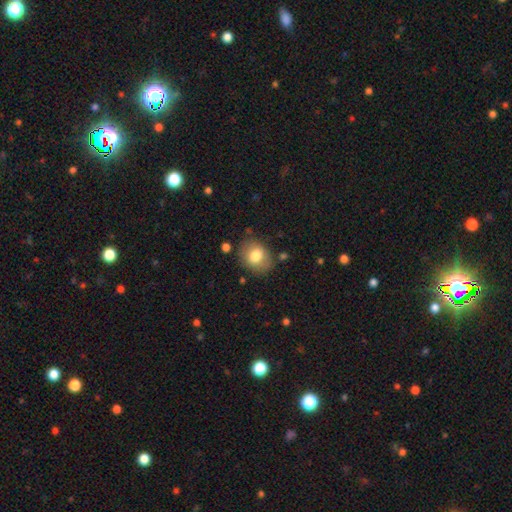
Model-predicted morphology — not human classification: smooth_or_featured: smooth (p=0.77) [alt: featured or disk p=0.15]
how_rounded: in between (p=0.52) [alt: round p=0.47]
merging: none (p=0.78) [alt: minor disturbance p=0.15]